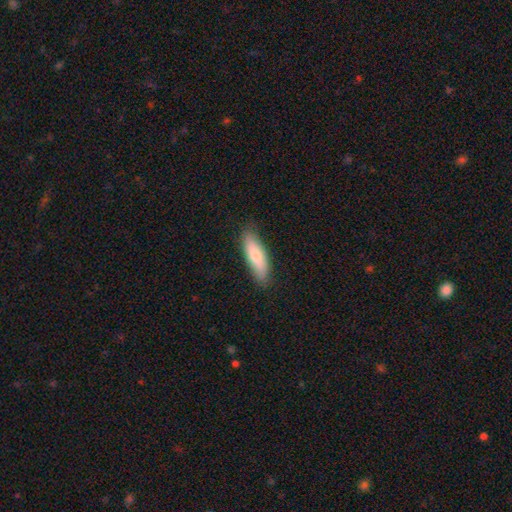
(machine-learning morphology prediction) Smooth or featured? smooth (75%)
How rounded? cigar-shaped (51%)
Merging? none (84%)